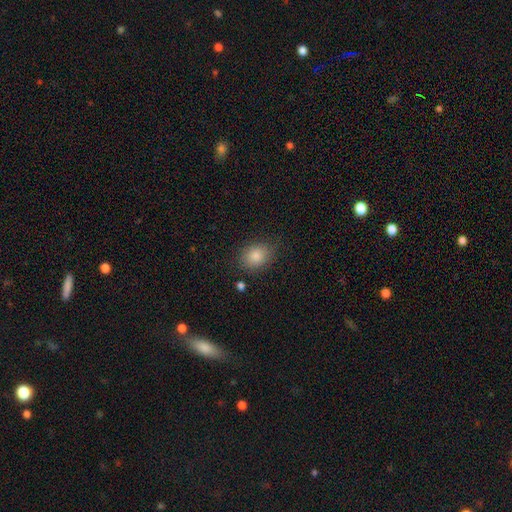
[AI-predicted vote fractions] Morphology: type=smooth (82%); roundness=in between (57%); merging=none (81%).